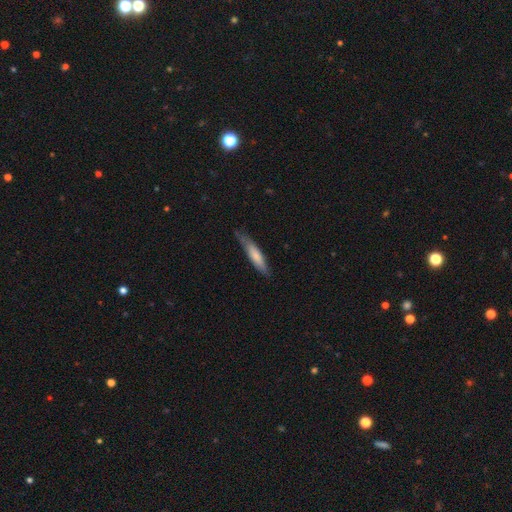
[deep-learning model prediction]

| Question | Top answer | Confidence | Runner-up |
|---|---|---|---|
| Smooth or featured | smooth | 71% | featured or disk (24%) |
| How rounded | cigar-shaped | 82% | in between (17%) |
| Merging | none | 70% | minor disturbance (24%) |